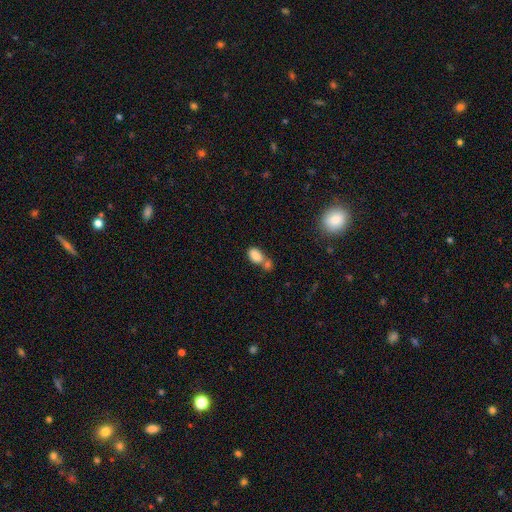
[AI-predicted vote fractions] A smooth galaxy with no disk features (84%) that is in between round and cigar-shaped (89%). Merging: merger (54%).